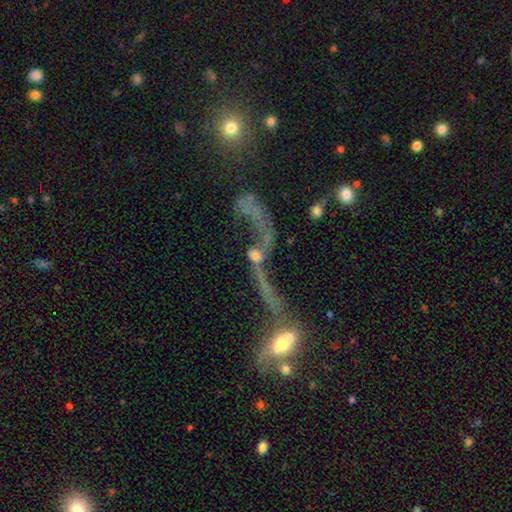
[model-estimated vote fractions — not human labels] featured or disk 64%, smooth 20%, star or artifact 16%. Down the decision tree: edge-on disk — no (81%); bar — no (70%); spiral arms — yes (58%); bulge size — moderate (31%); merging — merger (36%).